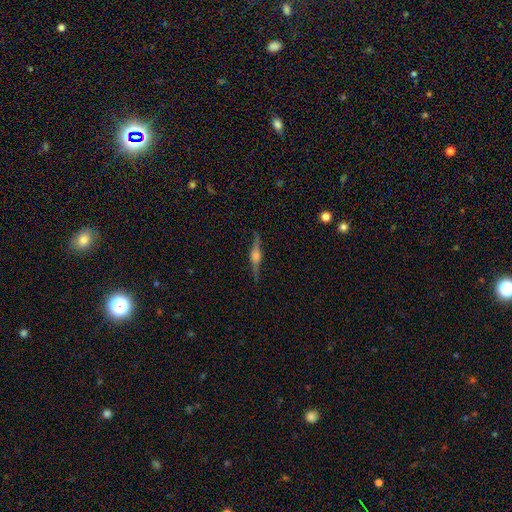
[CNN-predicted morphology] This is likely a featured or disk galaxy (76%). It is clearly viewed edge-on (97%). Edge-on bulge: clearly rounded (83%). Merging: clearly none (85%).